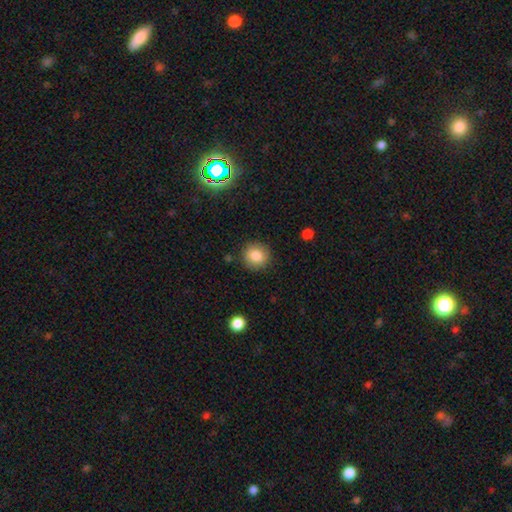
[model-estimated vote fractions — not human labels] A smooth galaxy with no disk features (85%) that is round (89%). Merging: none (88%).